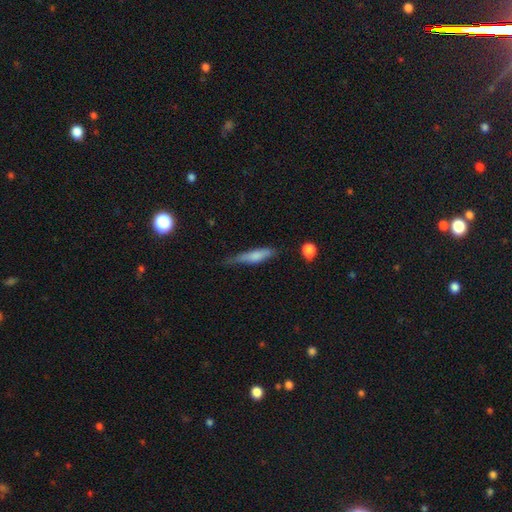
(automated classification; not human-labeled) Smooth or featured: smooth — 69% (featured or disk — 24%)
How rounded: cigar-shaped — 77% (in between — 21%)
Merging: none — 48% (minor disturbance — 38%)